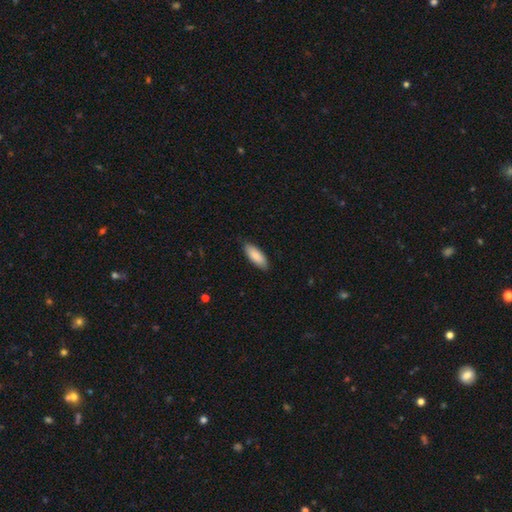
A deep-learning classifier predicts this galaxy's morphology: smooth_or_featured: smooth (p=0.87) [alt: featured or disk p=0.08]
how_rounded: in between (p=0.70) [alt: cigar-shaped p=0.29]
merging: none (p=0.86) [alt: minor disturbance p=0.11]